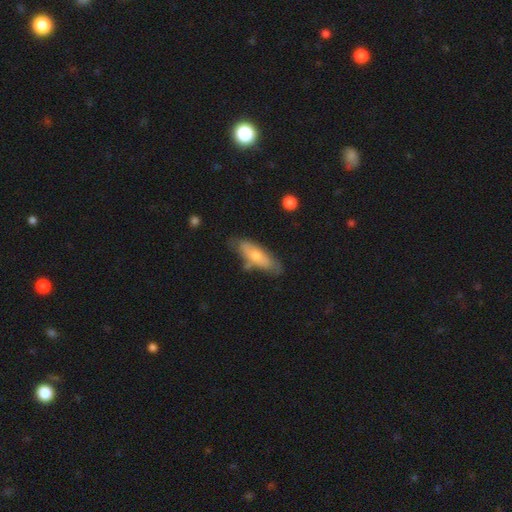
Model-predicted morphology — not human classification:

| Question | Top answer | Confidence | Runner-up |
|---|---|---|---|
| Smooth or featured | smooth | 57% | featured or disk (37%) |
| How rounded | in between | 56% | cigar-shaped (42%) |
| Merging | none | 67% | minor disturbance (23%) |